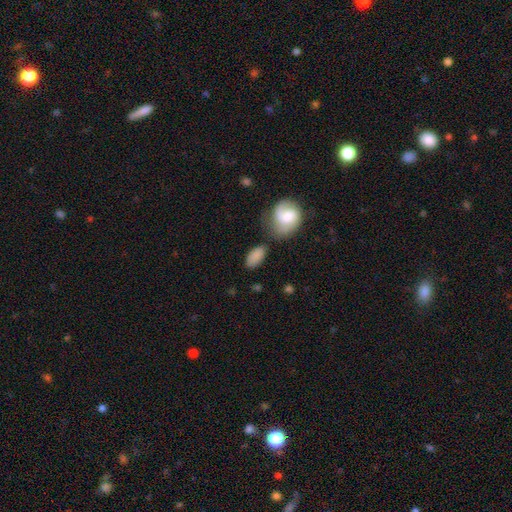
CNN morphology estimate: Smooth or featured?
  - smooth: 82% *
  - featured or disk: 12%
  - star or artifact: 7%
How rounded?
  - in between: 92% *
  - round: 5%
  - cigar-shaped: 3%
Merging?
  - none: 60% *
  - minor disturbance: 20%
  - merger: 13%
  - major disturbance: 7%